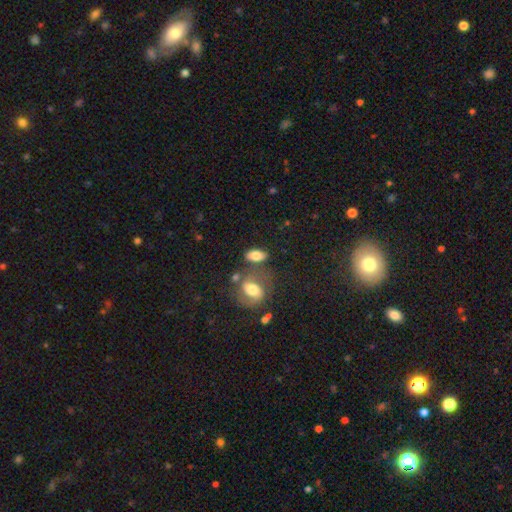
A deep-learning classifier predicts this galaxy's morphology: This is likely a smooth galaxy (76%). How rounded: clearly in between (86%). Merging: likely none (63%).